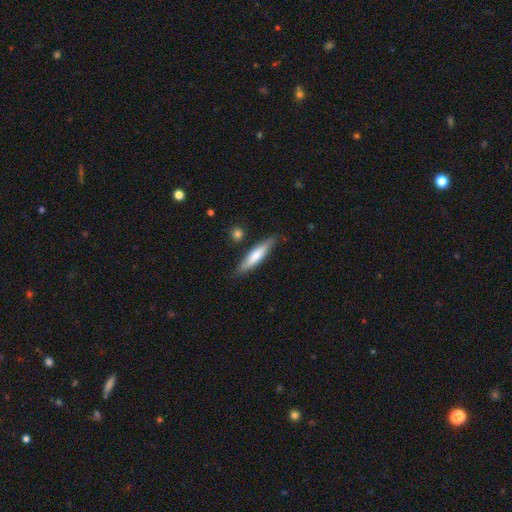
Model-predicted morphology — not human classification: type=smooth (62%); roundness=cigar-shaped (84%); merging=none (82%).